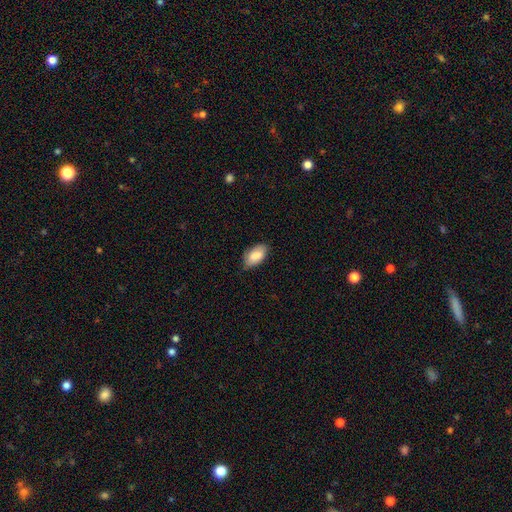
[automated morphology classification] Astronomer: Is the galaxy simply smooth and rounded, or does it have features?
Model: smooth — 85%.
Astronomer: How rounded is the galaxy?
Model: in between — 94%.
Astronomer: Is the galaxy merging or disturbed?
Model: none — 77%.